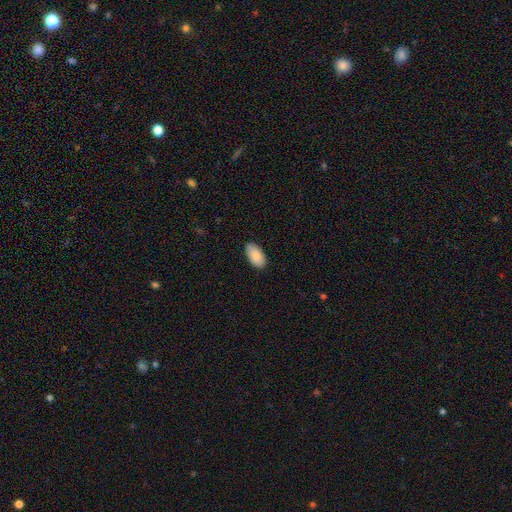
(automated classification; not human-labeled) This is clearly a smooth galaxy (89%). How rounded: clearly in between (96%). Merging: clearly none (86%).